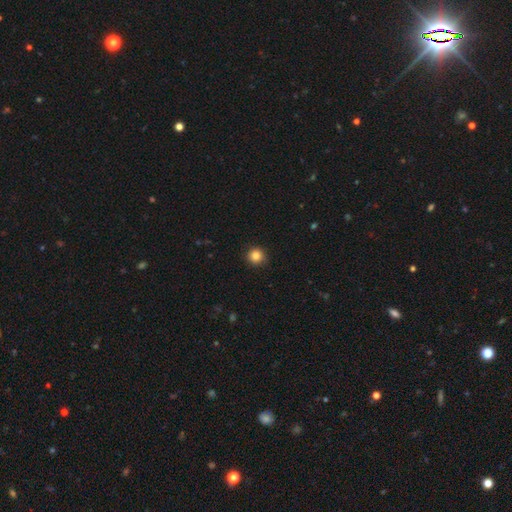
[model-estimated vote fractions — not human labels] Smooth or featured? Predicted: smooth (p=0.85). How rounded? Predicted: round (p=0.93). Merging? Predicted: none (p=0.89).